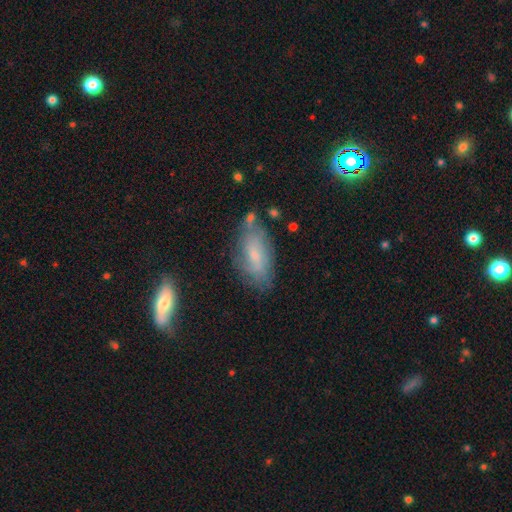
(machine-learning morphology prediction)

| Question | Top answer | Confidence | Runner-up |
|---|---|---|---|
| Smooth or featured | smooth | 49% | featured or disk (42%) |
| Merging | none | 64% | minor disturbance (23%) |